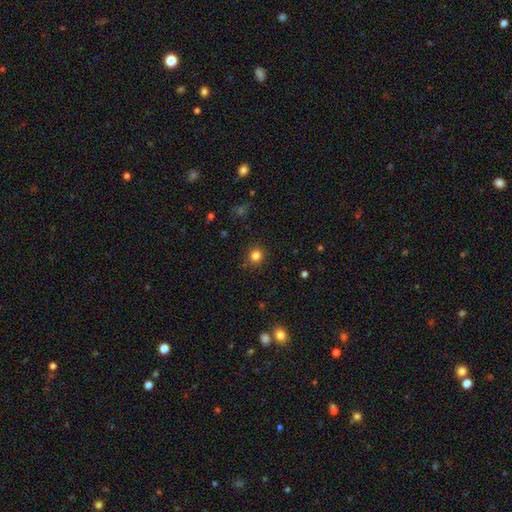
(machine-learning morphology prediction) Smooth or featured?
  - smooth: 82% *
  - star or artifact: 13%
  - featured or disk: 5%
How rounded?
  - round: 91% *
  - in between: 8%
  - cigar-shaped: 1%
Merging?
  - none: 91% *
  - minor disturbance: 6%
  - major disturbance: 2%
  - merger: 1%